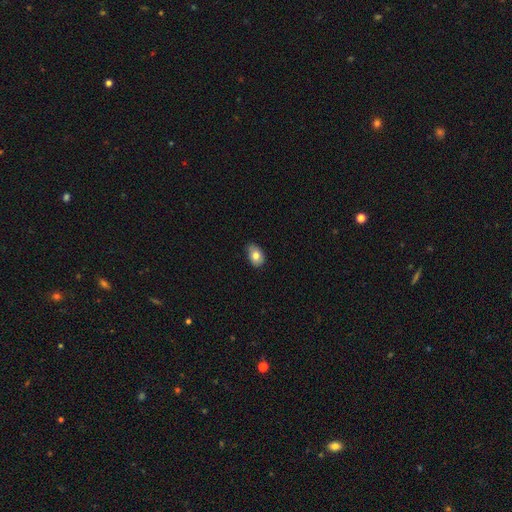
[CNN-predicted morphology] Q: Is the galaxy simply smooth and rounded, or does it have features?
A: smooth — 79%.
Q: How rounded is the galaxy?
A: in between — 85%.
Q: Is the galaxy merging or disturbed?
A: none — 77%.